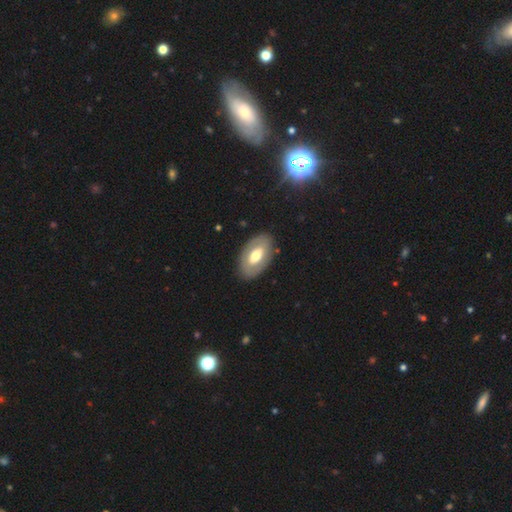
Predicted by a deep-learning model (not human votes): This appears to be a smooth galaxy with no disk features (48%). Merging: none (84%).